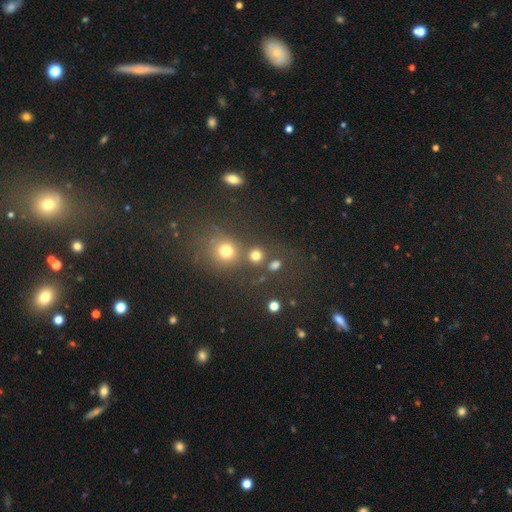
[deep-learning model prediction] Overall: smooth (74%). How rounded: round (85%). Merging: none (66%).